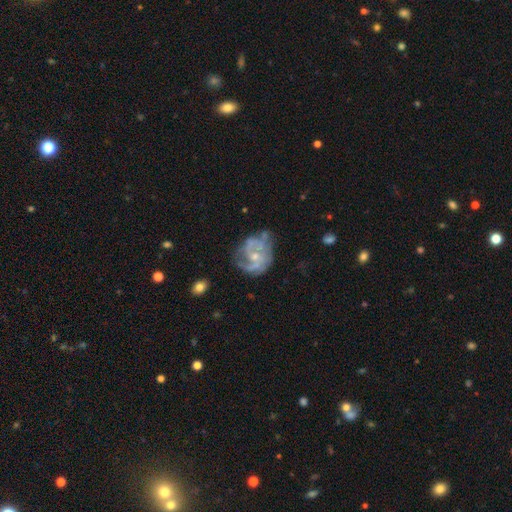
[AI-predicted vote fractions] featured or disk 77%, smooth 15%, star or artifact 8%. Down the decision tree: edge-on disk — no (98%); bar — no (71%); spiral arms — yes (77%); spiral arm count — 2 (34%, tied with can't tell); spiral winding — medium (41%); bulge size — small (58%); merging — none (50%).